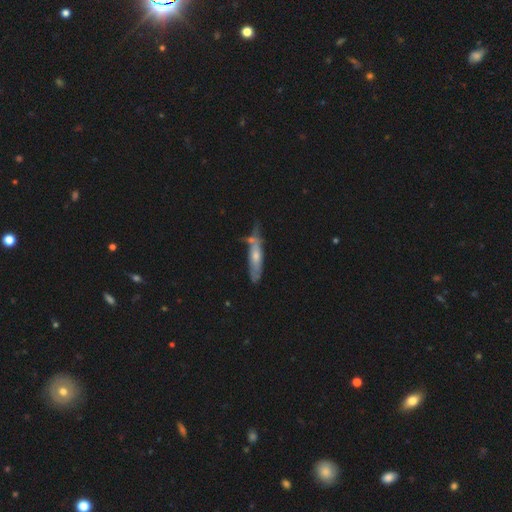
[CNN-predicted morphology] The model was most divided on "smooth or featured": featured or disk: 50%, smooth: 44%, star or artifact: 6%. Remaining: edge-on disk — yes (54%); merging — none (48%).